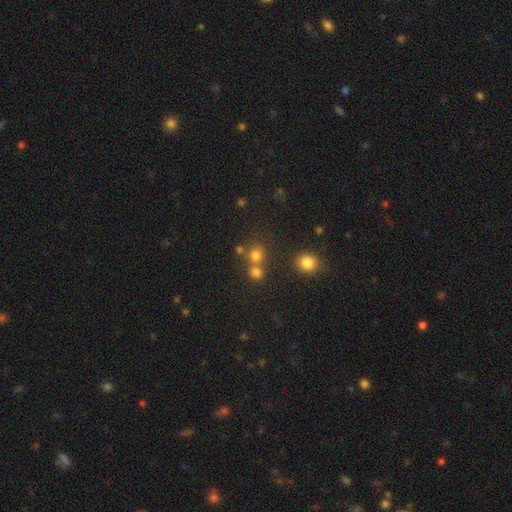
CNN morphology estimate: A smooth galaxy with no disk features (71%) that is round (84%). Merging: none (56%).